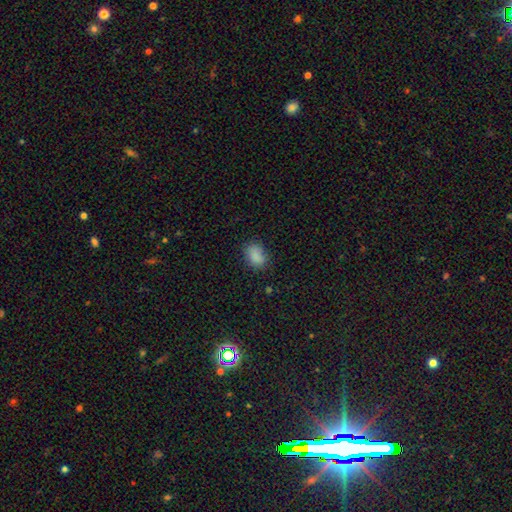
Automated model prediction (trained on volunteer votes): smooth 86%, star or artifact 10%, featured or disk 4%. Down the decision tree: how rounded — in between (80%); merging — none (77%).